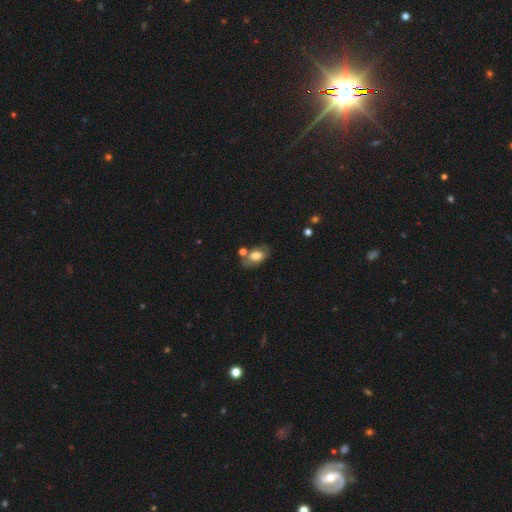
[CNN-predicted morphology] Smooth or featured: smooth — 63% (featured or disk — 28%)
How rounded: in between — 90% (round — 8%)
Merging: none — 59% (minor disturbance — 18%)